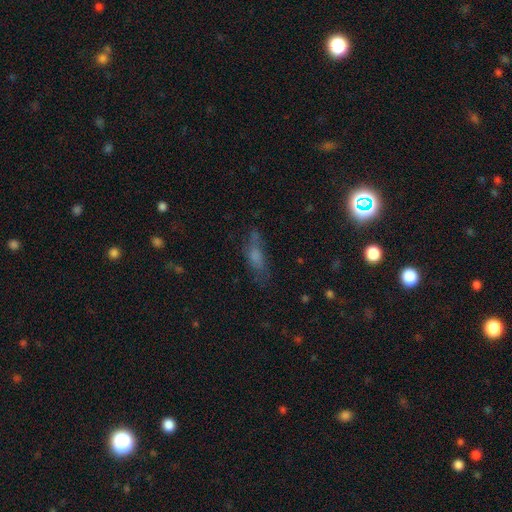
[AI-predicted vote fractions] A smooth galaxy with no disk features (54%) that is in between round and cigar-shaped (54%).

Vote fractions:
- Smooth or featured? smooth: 54% / featured or disk: 27% / star or artifact: 19%
- How rounded? in between: 54% / cigar-shaped: 40% / round: 5%
- Merging? none: 59% / minor disturbance: 24% / major disturbance: 13% / merger: 4%